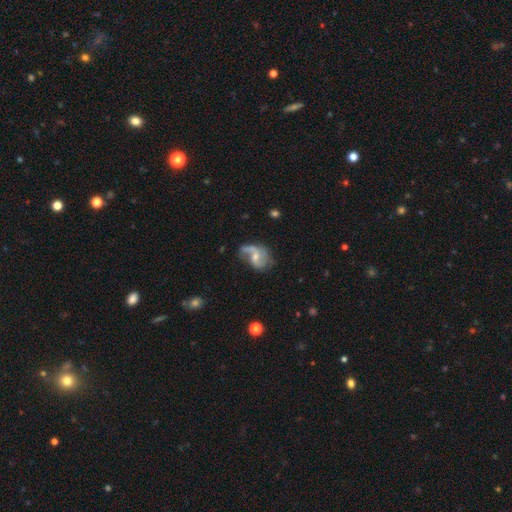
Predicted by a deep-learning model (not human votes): smooth_or_featured: featured or disk (p=0.72) [alt: smooth p=0.21]
disk_edge_on: no (p=0.97) [alt: yes p=0.03]
bar: weak (p=0.46) [alt: no p=0.43]
has_spiral_arms: yes (p=0.86) [alt: no p=0.14]
spiral_winding: loose (p=0.60) [alt: medium p=0.31]
spiral_arm_count: 2 (p=0.63) [alt: 1 p=0.27]
bulge_size: small (p=0.46) [alt: moderate p=0.43]
merging: none (p=0.40) [alt: minor disturbance p=0.27]